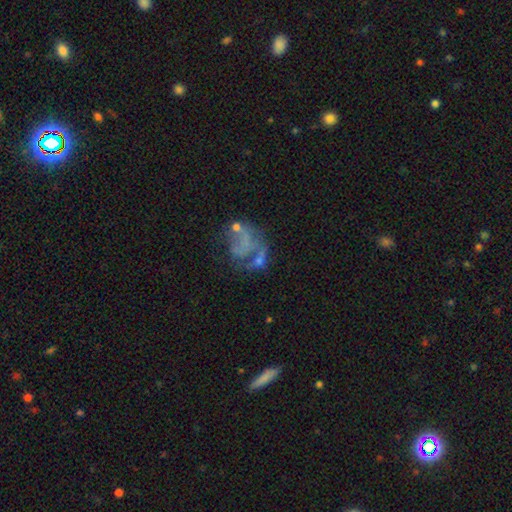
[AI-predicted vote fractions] Overall: featured or disk (55%; smooth 28%). Edge-on disk: no (98%). Bar: no (87%). Spiral arms: no (77%). Bulge size: none (79%). Merging: major disturbance (36%; none 30%).